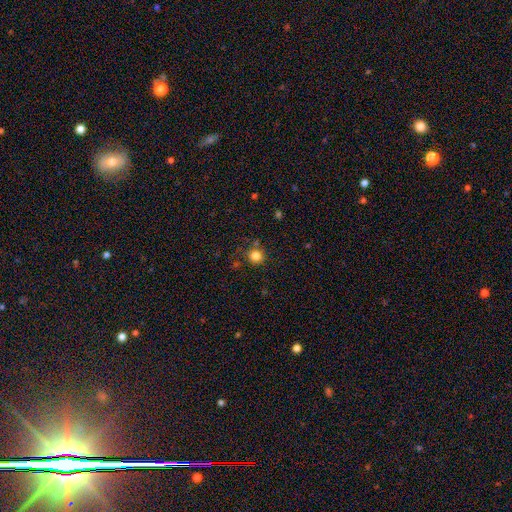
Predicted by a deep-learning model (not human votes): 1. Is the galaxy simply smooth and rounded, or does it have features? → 82% smooth, 13% star or artifact, 5% featured or disk.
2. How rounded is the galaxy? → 91% round, 8% in between, 1% cigar-shaped.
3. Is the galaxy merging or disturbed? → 78% none, 12% minor disturbance, 6% merger, 4% major disturbance.